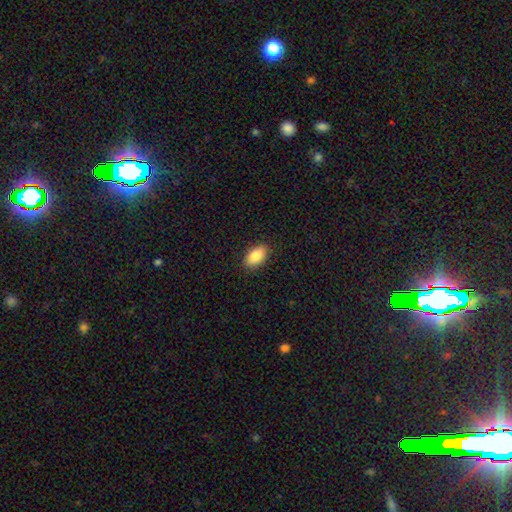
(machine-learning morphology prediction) A smooth galaxy with no disk features (87%) that is in between round and cigar-shaped (93%). Merging: none (89%).